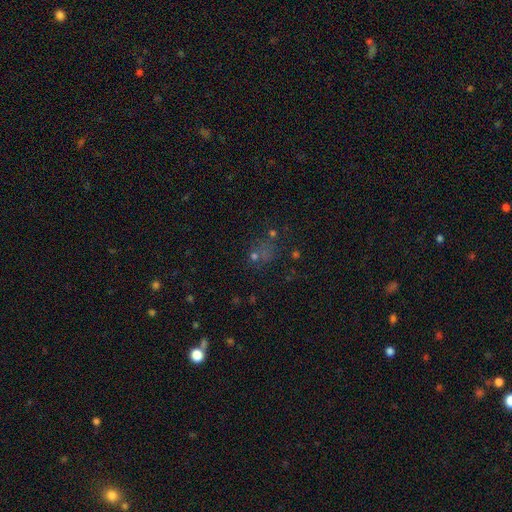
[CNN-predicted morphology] This is possibly a star or artifact rather than a galaxy (45%).